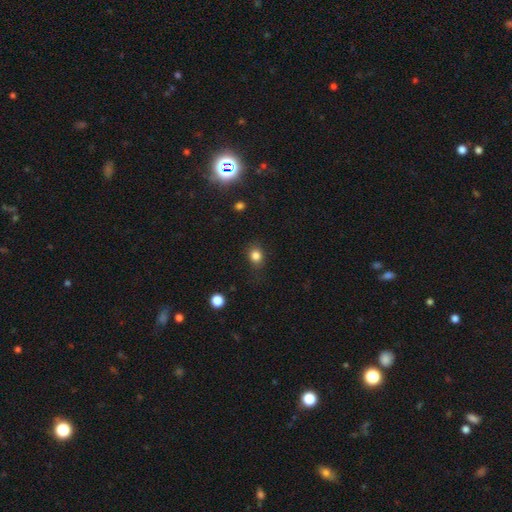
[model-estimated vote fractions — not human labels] Smooth or featured: smooth — 83% (star or artifact — 12%)
How rounded: round — 67% (in between — 32%)
Merging: none — 81% (minor disturbance — 14%)